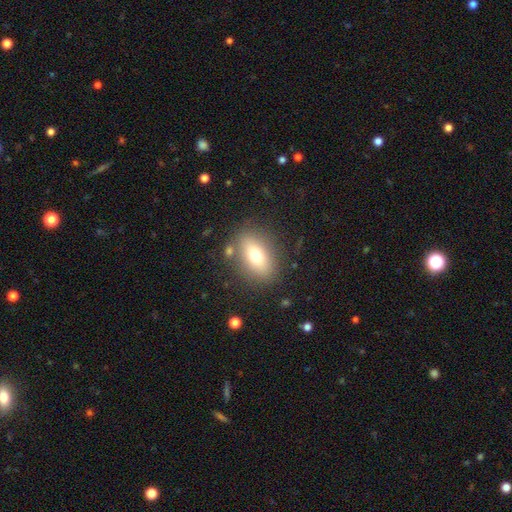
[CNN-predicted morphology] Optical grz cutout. It shows a smooth galaxy with no disk features (69%) that is in between round and cigar-shaped (79%). Merging: none (79%).